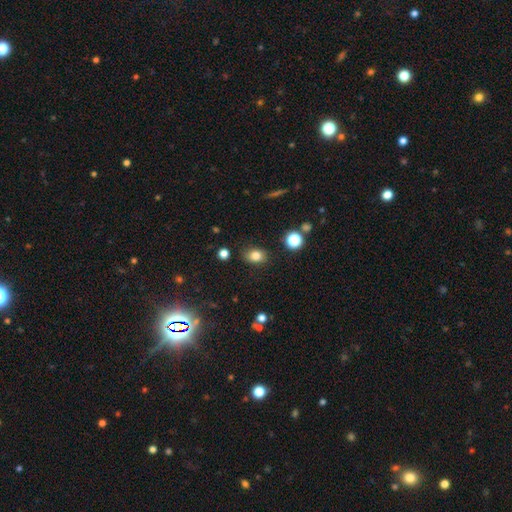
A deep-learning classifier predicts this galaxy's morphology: A smooth galaxy with no disk features (81%) that is in between round and cigar-shaped (65%).

Vote fractions:
- Smooth or featured? smooth: 81% / star or artifact: 12% / featured or disk: 7%
- How rounded? in between: 65% / round: 34% / cigar-shaped: 1%
- Merging? none: 83% / minor disturbance: 12% / major disturbance: 3% / merger: 2%